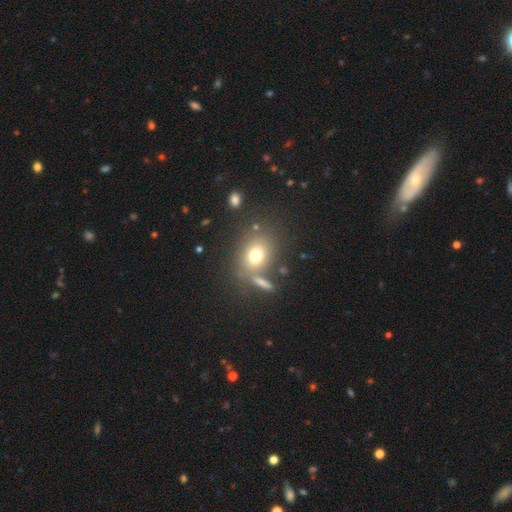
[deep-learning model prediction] This appears to be a smooth galaxy with no disk features (73%) that is round (51%). Merging: none (67%).